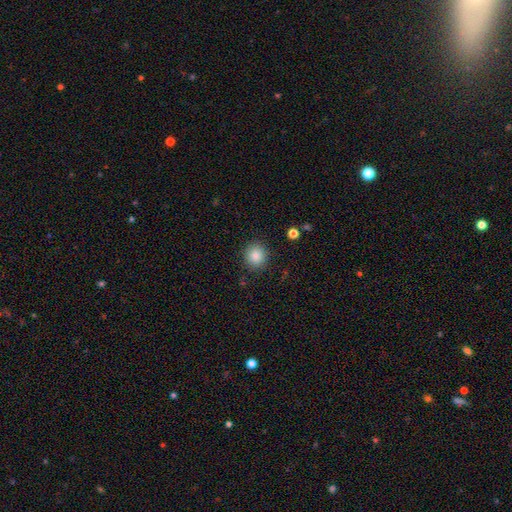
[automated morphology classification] smooth-or-featured: smooth: 86% | star or artifact: 9% | featured or disk: 4%
  how-rounded: round: 85% | in between: 14% | cigar-shaped: 1%
  merging: none: 88% | minor disturbance: 8% | major disturbance: 3% | merger: 1%